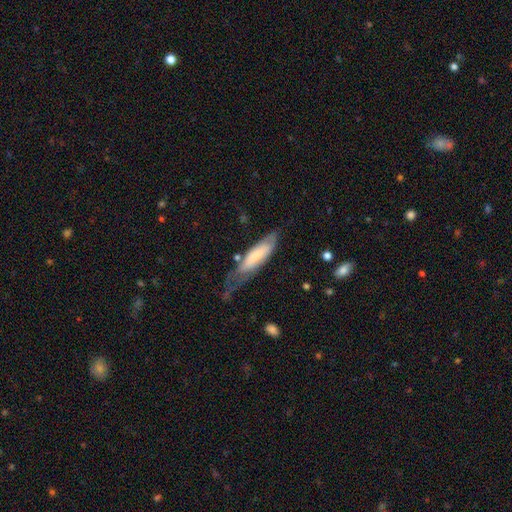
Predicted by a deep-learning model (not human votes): smooth_or_featured: smooth (p=0.57) [alt: featured or disk p=0.37]
how_rounded: cigar-shaped (p=0.55) [alt: in between p=0.44]
merging: none (p=0.35) [alt: minor disturbance p=0.32]